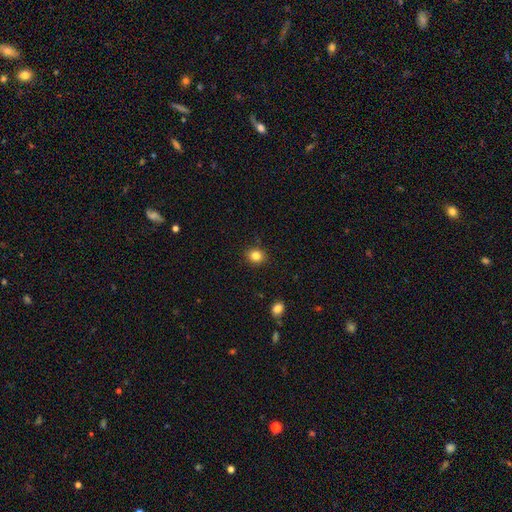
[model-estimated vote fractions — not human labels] A smooth galaxy with no disk features (84%) that is round (71%).

Vote fractions:
- Smooth or featured? smooth: 84% / star or artifact: 11% / featured or disk: 5%
- How rounded? round: 71% / in between: 28% / cigar-shaped: 1%
- Merging? none: 89% / minor disturbance: 7% / major disturbance: 2% / merger: 1%